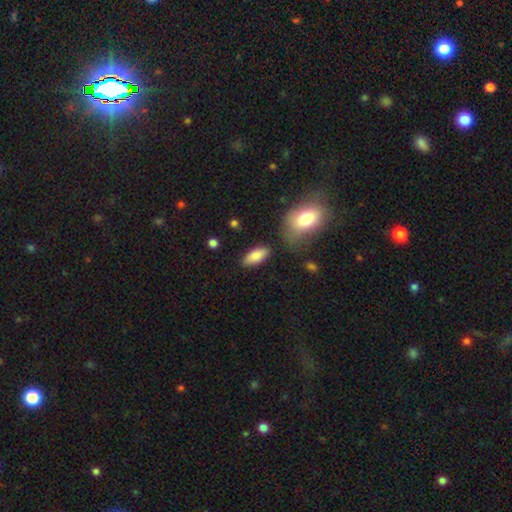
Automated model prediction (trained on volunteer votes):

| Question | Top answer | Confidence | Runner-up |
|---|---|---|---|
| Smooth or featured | smooth | 85% | featured or disk (9%) |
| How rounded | in between | 85% | cigar-shaped (12%) |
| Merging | none | 82% | minor disturbance (11%) |